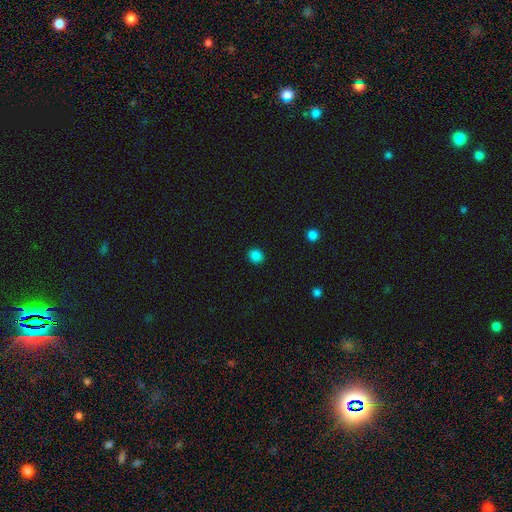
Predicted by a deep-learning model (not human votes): This appears to be a smooth galaxy with no disk features (85%) that is round (78%). Merging: none (90%).